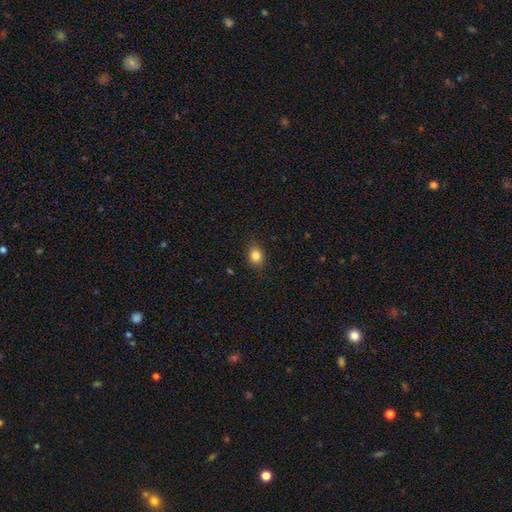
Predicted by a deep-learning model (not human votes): smooth_or_featured: smooth (p=0.83) [alt: star or artifact p=0.10]
how_rounded: in between (p=0.54) [alt: round p=0.45]
merging: none (p=0.86) [alt: minor disturbance p=0.10]